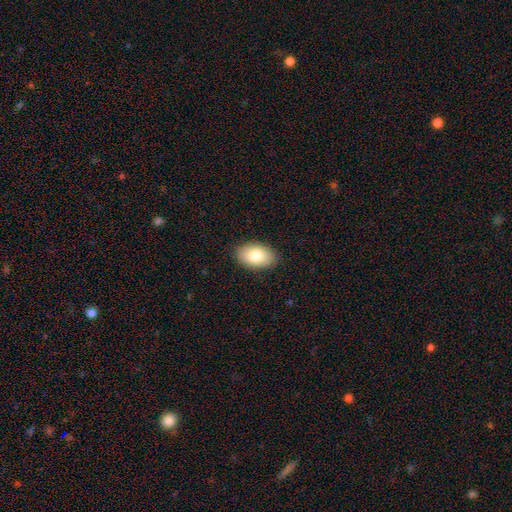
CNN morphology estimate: This appears to be a smooth galaxy with no disk features (82%) that is in between round and cigar-shaped (91%). Merging: none (87%).